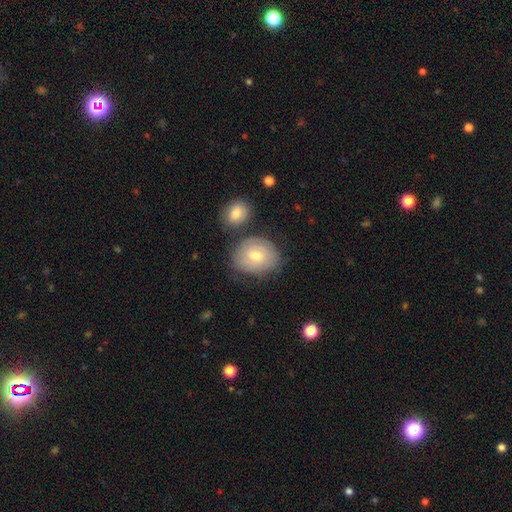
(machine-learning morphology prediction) smooth_or_featured: smooth (p=0.60) [alt: featured or disk p=0.32]
how_rounded: round (p=0.58) [alt: in between p=0.41]
merging: none (p=0.67) [alt: minor disturbance p=0.18]